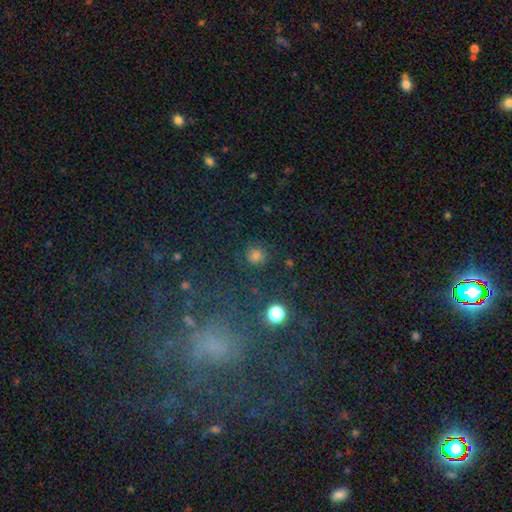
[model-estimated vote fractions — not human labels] The model was most divided on "smooth or featured": smooth: 72%, star or artifact: 21%, featured or disk: 7%. More confident: how rounded — round (91%); merging — none (86%).